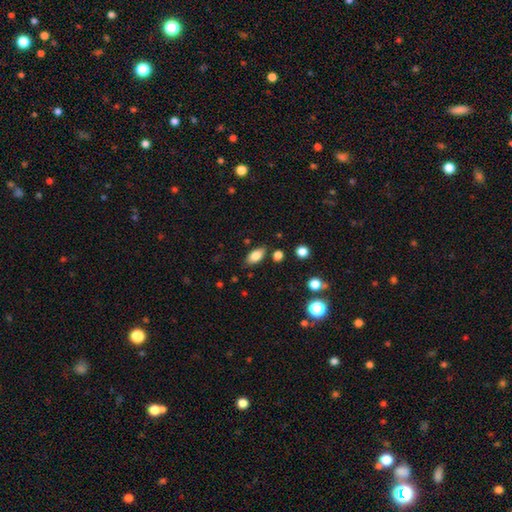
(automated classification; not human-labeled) Smooth or featured? smooth (82%)
How rounded? in between (89%)
Merging? none (83%)